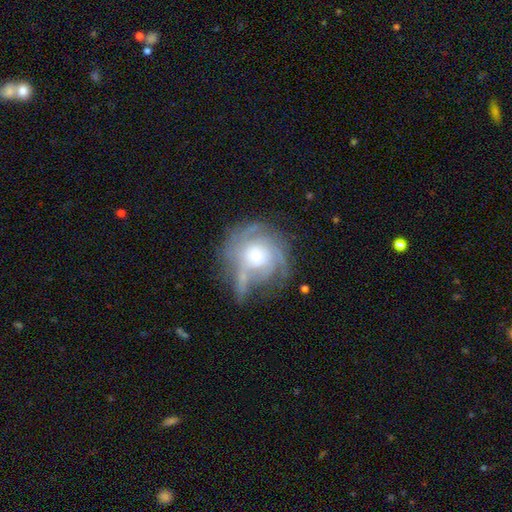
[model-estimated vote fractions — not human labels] Smooth or featured?
  - featured or disk: 73% *
  - smooth: 19%
  - star or artifact: 8%
Edge-on disk?
  - no: 97% *
  - yes: 3%
Bar?
  - no: 78% *
  - weak: 18%
  - strong: 4%
Spiral arms?
  - yes: 83% *
  - no: 17%
Spiral winding?
  - tight: 55% *
  - medium: 32%
  - loose: 13%
Spiral arm count?
  - can't tell: 44% *
  - 3: 19%
  - 2: 16%
  - 4: 9%
  - 1: 7%
  - more than 4: 6%
Bulge size?
  - moderate: 45% *
  - large: 33%
  - small: 15%
  - none: 4%
  - dominant: 3%
Merging?
  - none: 47% *
  - minor disturbance: 24%
  - major disturbance: 21%
  - merger: 8%